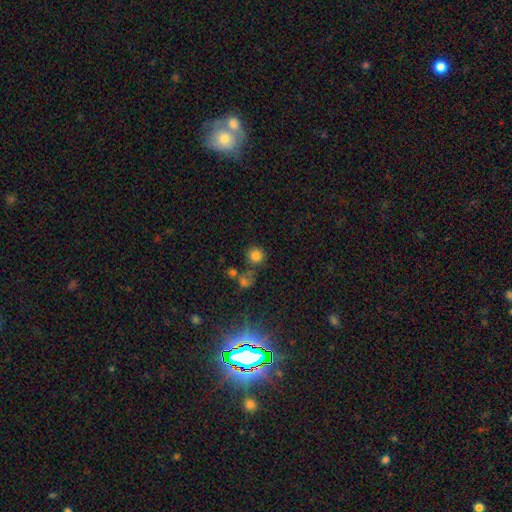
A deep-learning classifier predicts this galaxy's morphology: Smooth or featured: smooth — 80% (star or artifact — 14%)
How rounded: round — 90% (in between — 9%)
Merging: none — 71% (merger — 13%)